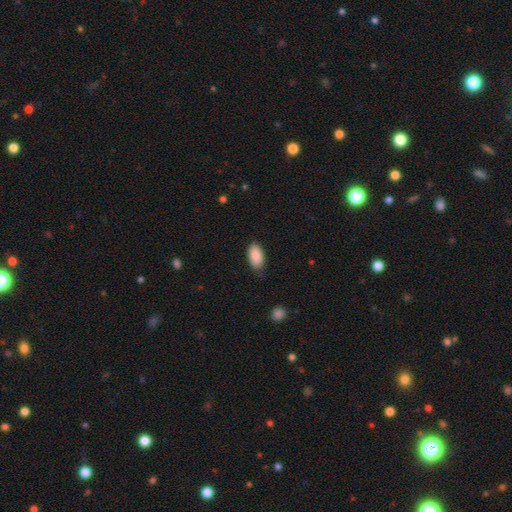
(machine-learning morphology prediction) Smooth or featured: smooth — 89% (star or artifact — 6%)
How rounded: in between — 95% (round — 3%)
Merging: none — 80% (minor disturbance — 16%)